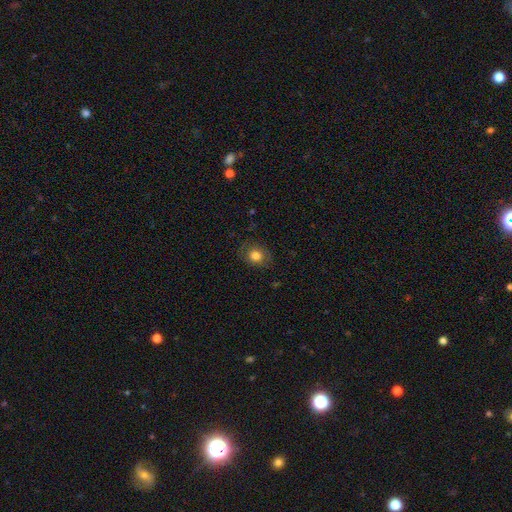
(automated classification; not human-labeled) Overall: smooth (77%). How rounded: round (64%; in between 35%). Merging: none (78%).